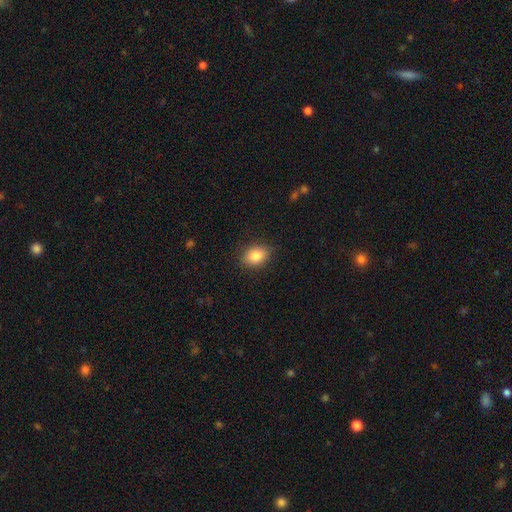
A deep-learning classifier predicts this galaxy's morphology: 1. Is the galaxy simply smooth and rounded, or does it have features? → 85% smooth, 9% star or artifact, 7% featured or disk.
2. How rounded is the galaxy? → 72% in between, 27% round, 1% cigar-shaped.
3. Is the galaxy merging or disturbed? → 87% none, 10% minor disturbance, 2% major disturbance, 1% merger.